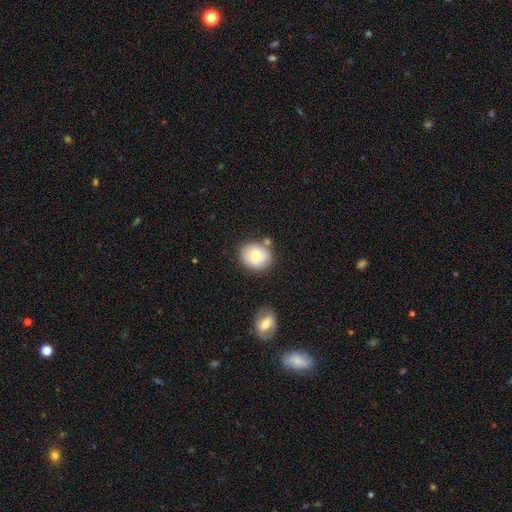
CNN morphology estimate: type=smooth (76%); roundness=round (72%); merging=none (70%).